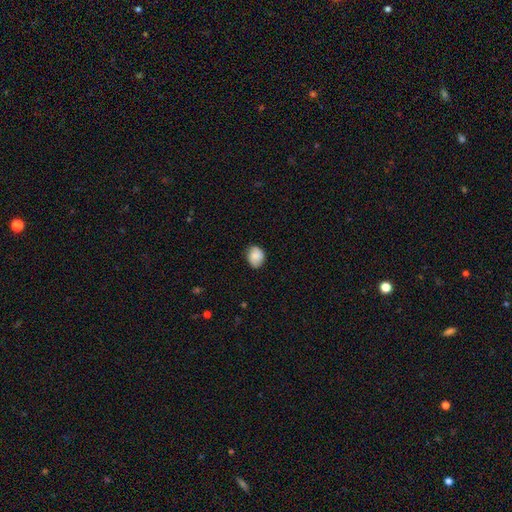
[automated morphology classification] smooth-or-featured: smooth: 85% | featured or disk: 8% | star or artifact: 7%
  how-rounded: in between: 53% | round: 46% | cigar-shaped: 1%
  merging: none: 81% | minor disturbance: 15% | major disturbance: 3% | merger: 1%